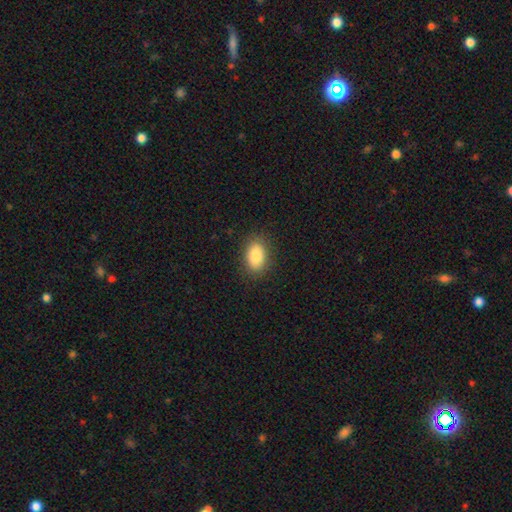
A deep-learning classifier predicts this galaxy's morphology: Smooth or featured: smooth — 84% (star or artifact — 8%)
How rounded: in between — 86% (round — 13%)
Merging: none — 87% (minor disturbance — 9%)